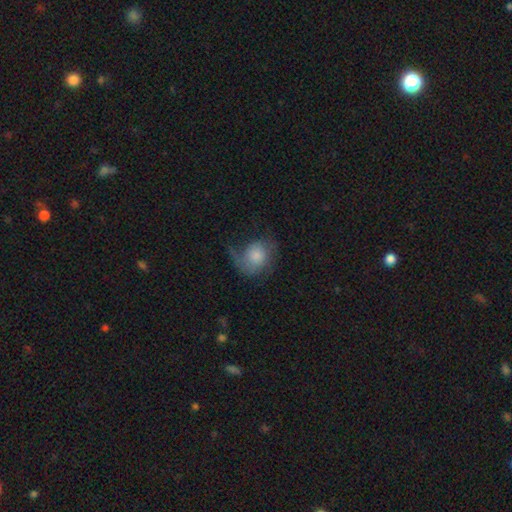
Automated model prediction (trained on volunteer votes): A smooth galaxy with no disk features (49%). Merging: none (39%).